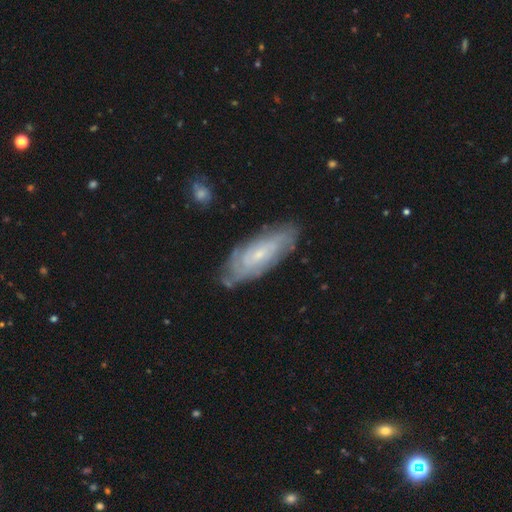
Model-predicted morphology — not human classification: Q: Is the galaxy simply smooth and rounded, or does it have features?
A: featured or disk — 68%.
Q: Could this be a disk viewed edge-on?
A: no — 83%.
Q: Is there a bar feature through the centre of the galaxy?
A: no — 65%.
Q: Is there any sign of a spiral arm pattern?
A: yes — 86%.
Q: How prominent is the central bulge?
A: small — 76%.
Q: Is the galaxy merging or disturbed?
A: none — 80%.